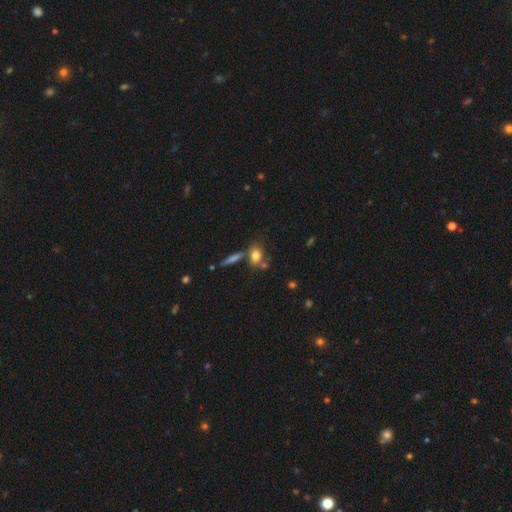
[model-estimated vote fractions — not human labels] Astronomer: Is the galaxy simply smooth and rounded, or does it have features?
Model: smooth — 76%.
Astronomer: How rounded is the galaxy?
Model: in between — 59% (runner-up: round, 34%).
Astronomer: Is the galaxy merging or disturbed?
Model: none — 59%.